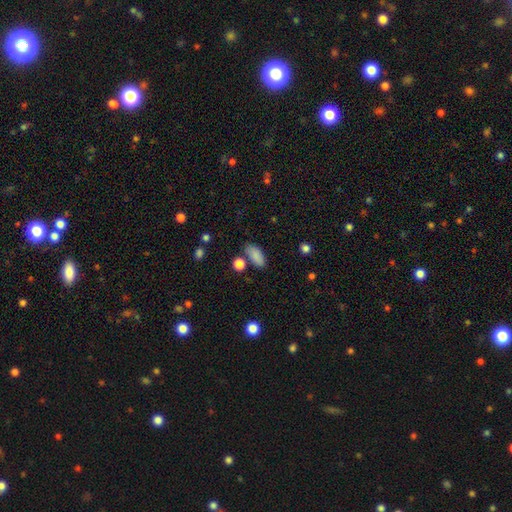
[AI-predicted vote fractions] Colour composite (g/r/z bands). It shows a smooth galaxy with no disk features (86%) that is in between round and cigar-shaped (89%). Merging: none (73%).